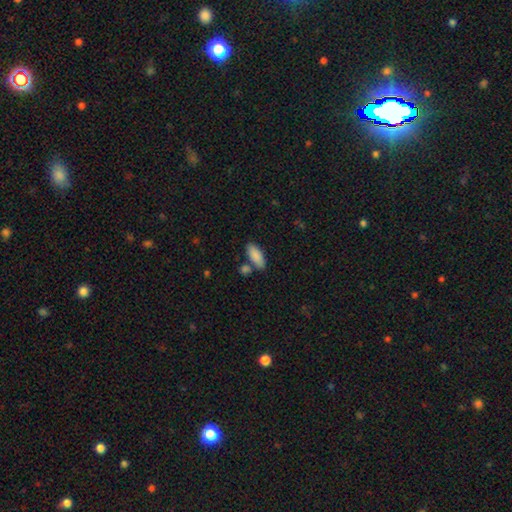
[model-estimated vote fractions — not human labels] A smooth galaxy with no disk features (88%) that is in between round and cigar-shaped (83%).

Vote fractions:
- Smooth or featured? smooth: 88% / star or artifact: 6% / featured or disk: 5%
- How rounded? in between: 83% / cigar-shaped: 15% / round: 2%
- Merging? none: 71% / merger: 13% / minor disturbance: 12% / major disturbance: 3%